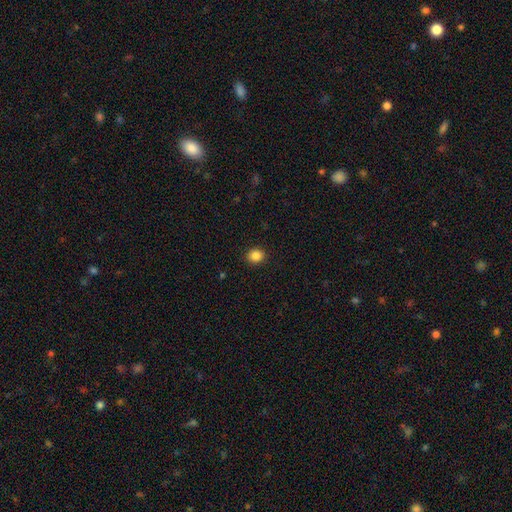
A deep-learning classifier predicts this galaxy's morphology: Smooth or featured: smooth — 86% (star or artifact — 10%)
How rounded: round — 68% (in between — 31%)
Merging: none — 91% (minor disturbance — 6%)